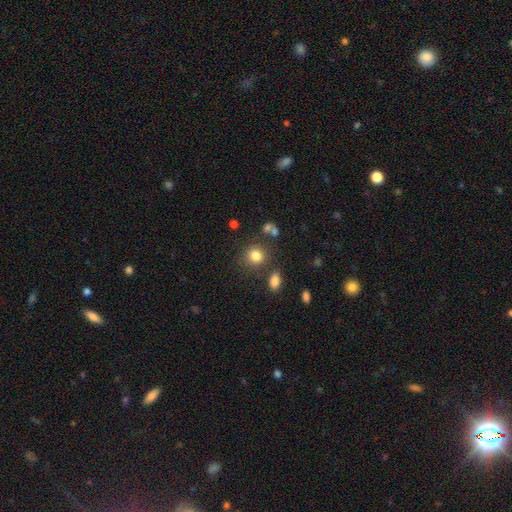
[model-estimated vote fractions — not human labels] The model was most divided on "how rounded": round: 80%, in between: 19%, cigar-shaped: 1%. More confident: smooth or featured — smooth (81%); merging — none (76%).